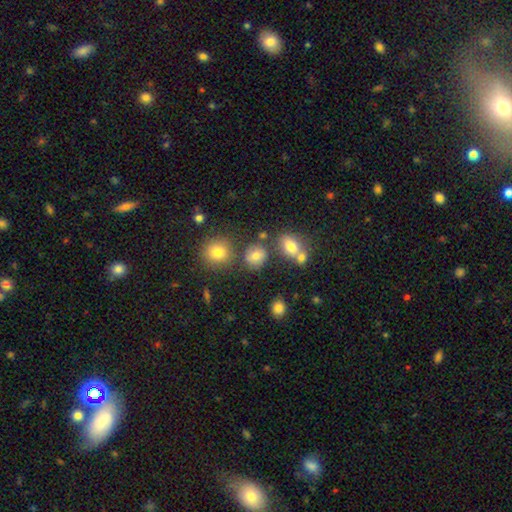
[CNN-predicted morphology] smooth_or_featured: smooth (p=0.75) [alt: star or artifact p=0.14]
how_rounded: round (p=0.70) [alt: in between p=0.28]
merging: none (p=0.70) [alt: minor disturbance p=0.13]